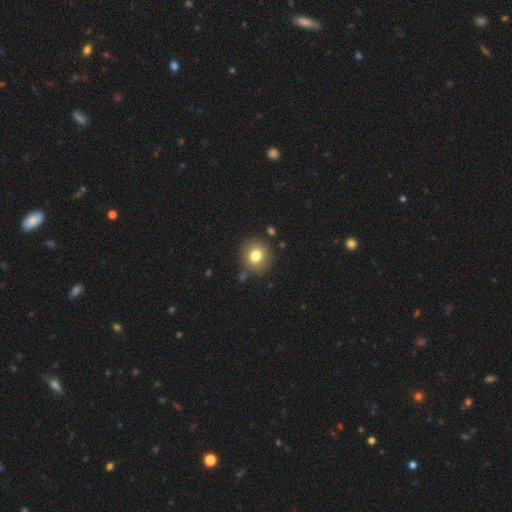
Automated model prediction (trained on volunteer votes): Smooth or featured? Predicted: smooth (p=0.77). How rounded? Predicted: round (p=0.83). Merging? Predicted: none (p=0.84).